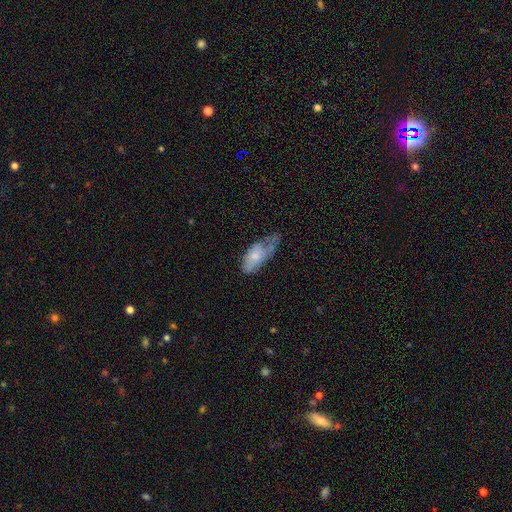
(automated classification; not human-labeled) smooth_or_featured: smooth (p=0.65) [alt: featured or disk p=0.28]
how_rounded: in between (p=0.85) [alt: cigar-shaped p=0.12]
merging: minor disturbance (p=0.38) [alt: major disturbance p=0.32]